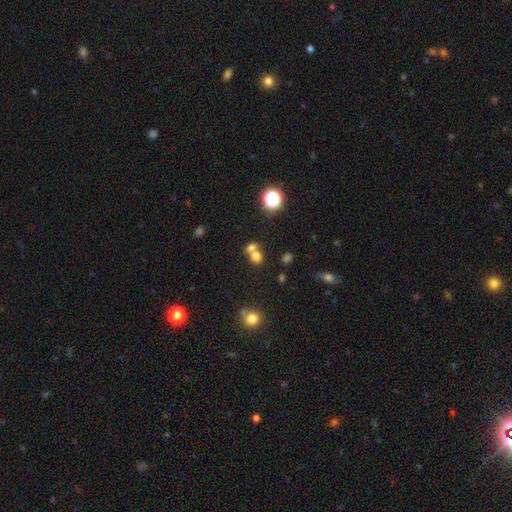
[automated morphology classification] Smooth or featured: smooth — 71% (star or artifact — 19%)
How rounded: round — 69% (in between — 30%)
Merging: merger — 52% (none — 38%)